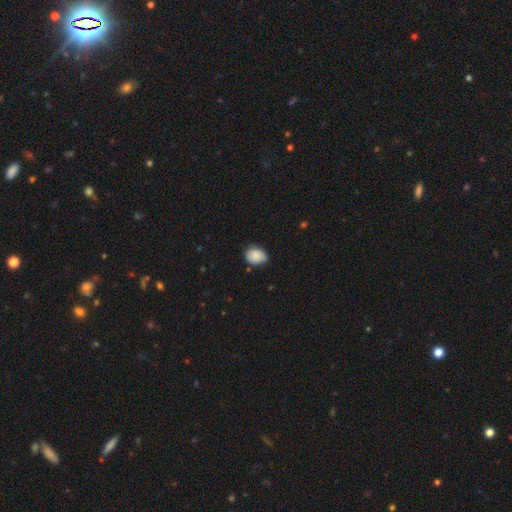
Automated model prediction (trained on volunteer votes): smooth-or-featured: smooth: 86% | star or artifact: 7% | featured or disk: 7%
  how-rounded: in between: 65% | round: 34% | cigar-shaped: 1%
  merging: none: 66% | minor disturbance: 28% | major disturbance: 4% | merger: 2%